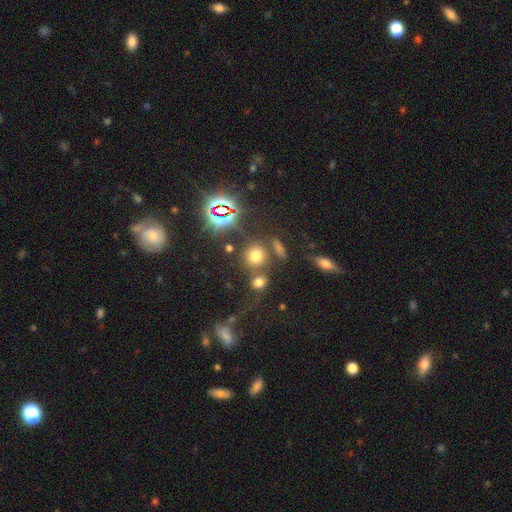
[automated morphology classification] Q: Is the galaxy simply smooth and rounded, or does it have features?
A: smooth — 64%.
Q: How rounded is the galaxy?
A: round — 85%.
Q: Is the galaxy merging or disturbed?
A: none — 66%.